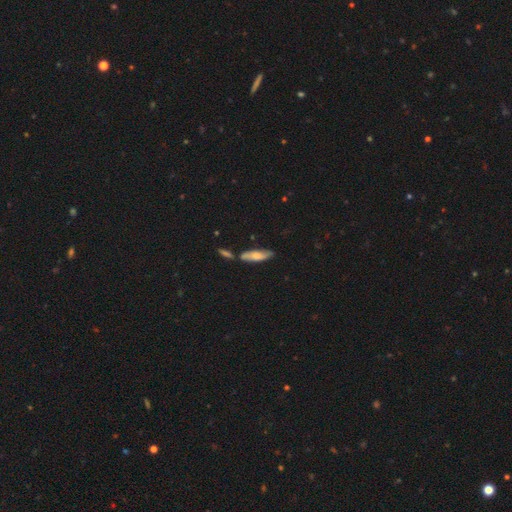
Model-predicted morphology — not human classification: This appears to be a smooth galaxy with no disk features (60%) that is cigar-shaped (59%). Merging: none (66%).